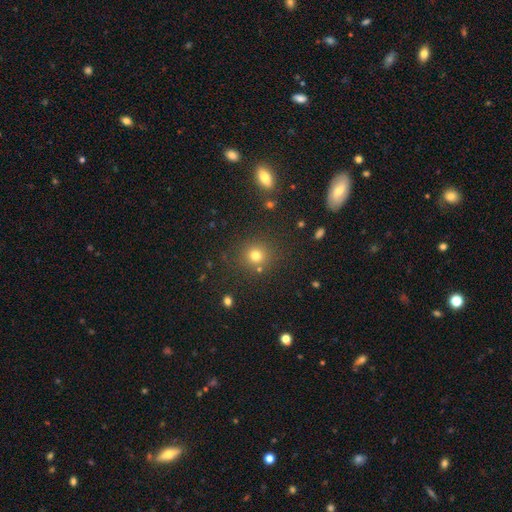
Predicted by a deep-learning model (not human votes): This is likely a smooth galaxy (75%). How rounded: clearly round (91%). Merging: clearly none (83%).